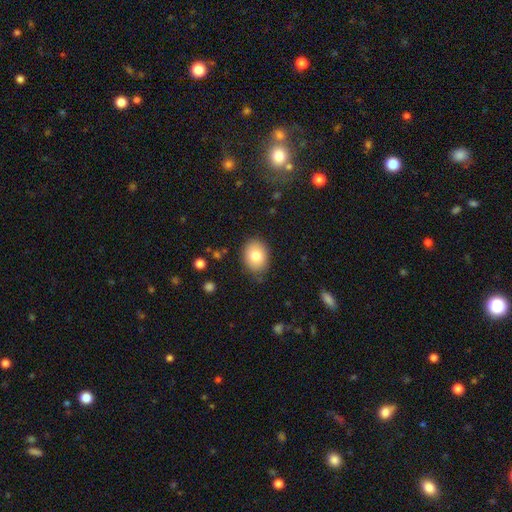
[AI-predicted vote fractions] smooth_or_featured: smooth (p=0.80) [alt: featured or disk p=0.12]
how_rounded: in between (p=0.61) [alt: round p=0.38]
merging: none (p=0.81) [alt: minor disturbance p=0.14]